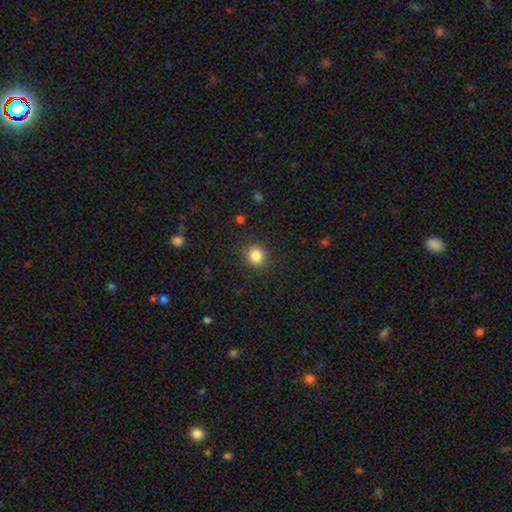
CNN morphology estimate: smooth_or_featured: smooth (p=0.84) [alt: star or artifact p=0.11]
how_rounded: round (p=0.86) [alt: in between p=0.13]
merging: none (p=0.89) [alt: minor disturbance p=0.08]